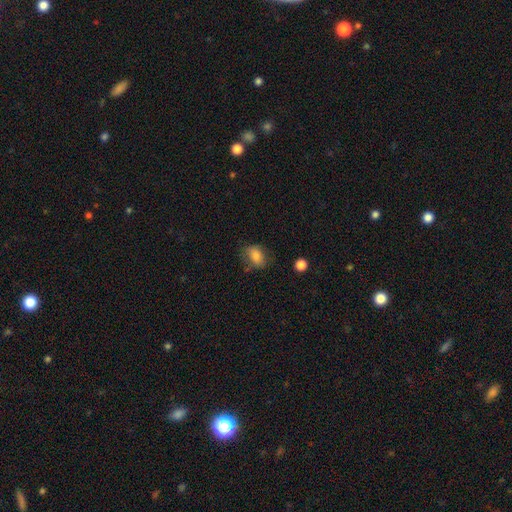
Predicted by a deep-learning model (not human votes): This is clearly a smooth galaxy (82%). How rounded: likely in between (76%). Merging: likely none (65%).